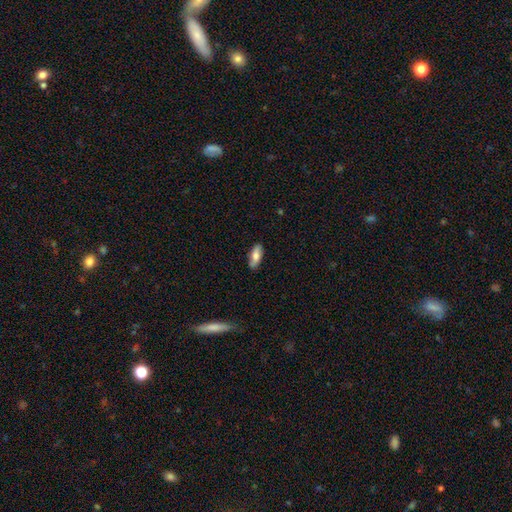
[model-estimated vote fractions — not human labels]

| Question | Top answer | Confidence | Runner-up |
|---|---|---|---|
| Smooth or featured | smooth | 73% | featured or disk (21%) |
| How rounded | in between | 79% | cigar-shaped (19%) |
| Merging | none | 86% | minor disturbance (11%) |